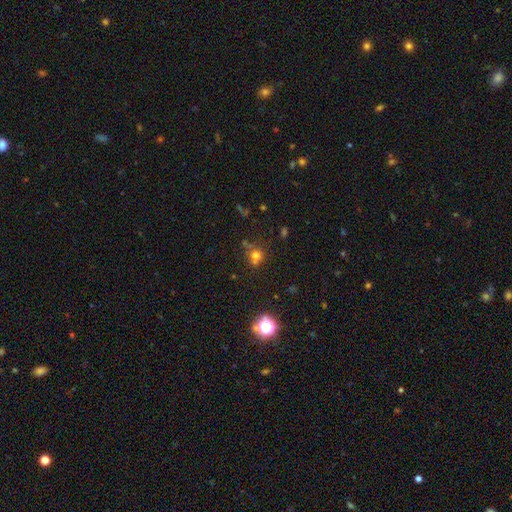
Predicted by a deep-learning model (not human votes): The model was most divided on "merging": none: 56%, merger: 24%, minor disturbance: 13%, major disturbance: 6%. More confident: how rounded — round (85%); smooth or featured — smooth (64%).